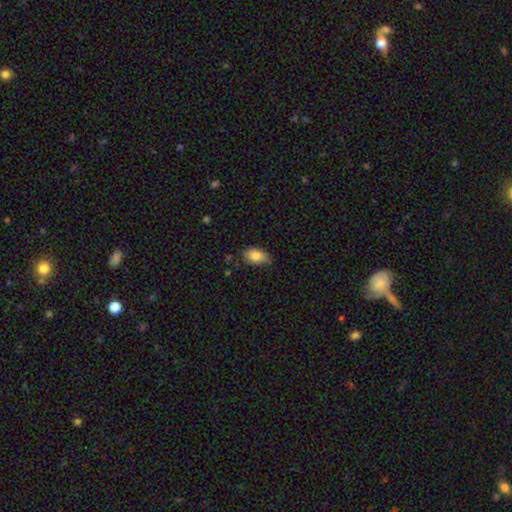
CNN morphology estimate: Q: Smooth or featured?
A: smooth (84%); runner-up: featured or disk (8%)
Q: How rounded?
A: in between (90%); runner-up: round (8%)
Q: Merging?
A: none (69%); runner-up: minor disturbance (26%)